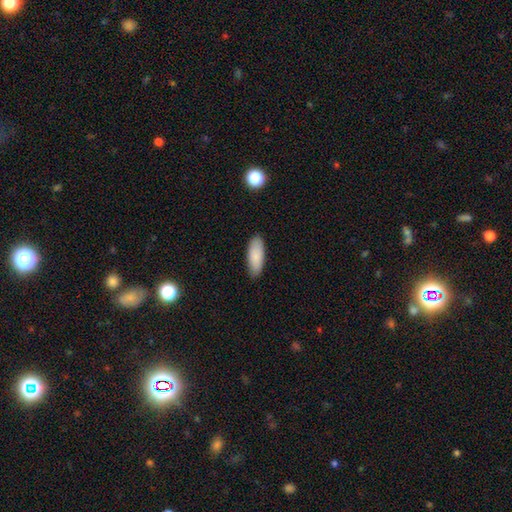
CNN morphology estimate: This is clearly a smooth galaxy (88%). How rounded: likely in between (77%). Merging: clearly none (88%).